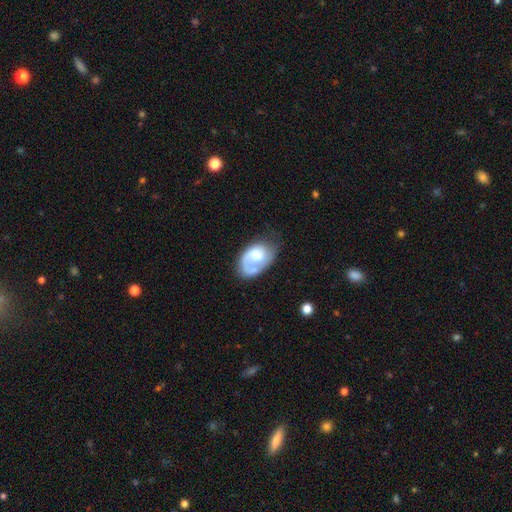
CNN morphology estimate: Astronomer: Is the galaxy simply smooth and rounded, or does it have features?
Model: featured or disk — 53% (runner-up: smooth, 41%).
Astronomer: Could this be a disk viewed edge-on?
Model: no — 97%.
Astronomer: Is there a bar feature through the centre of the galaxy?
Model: no — 75%.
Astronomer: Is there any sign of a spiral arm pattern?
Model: yes — 77%.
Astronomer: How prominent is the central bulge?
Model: moderate — 39% (runner-up: large, 30%).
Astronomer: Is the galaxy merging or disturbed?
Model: none — 47% (runner-up: minor disturbance, 26%).